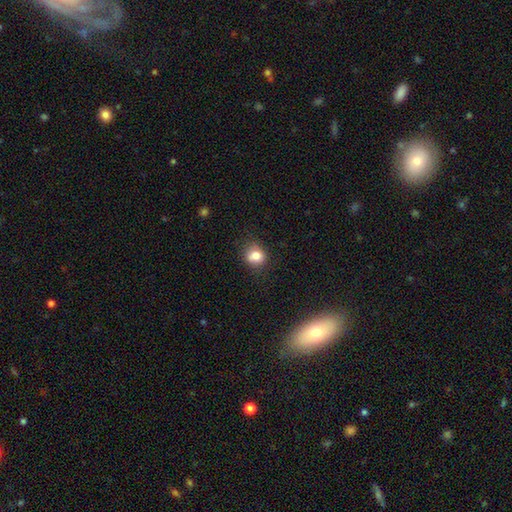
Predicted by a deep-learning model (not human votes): A smooth galaxy with no disk features (79%) that is round (74%).

Vote fractions:
- Smooth or featured? smooth: 79% / star or artifact: 11% / featured or disk: 9%
- How rounded? round: 74% / in between: 25% / cigar-shaped: 1%
- Merging? none: 77% / minor disturbance: 16% / major disturbance: 4% / merger: 3%